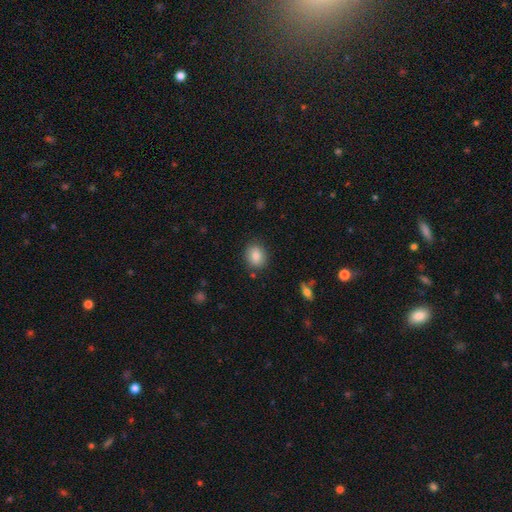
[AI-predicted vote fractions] A smooth galaxy with no disk features (86%) that is round (51%).

Vote fractions:
- Smooth or featured? smooth: 86% / star or artifact: 8% / featured or disk: 6%
- How rounded? round: 51% / in between: 47% / cigar-shaped: 1%
- Merging? none: 85% / minor disturbance: 10% / major disturbance: 3% / merger: 2%